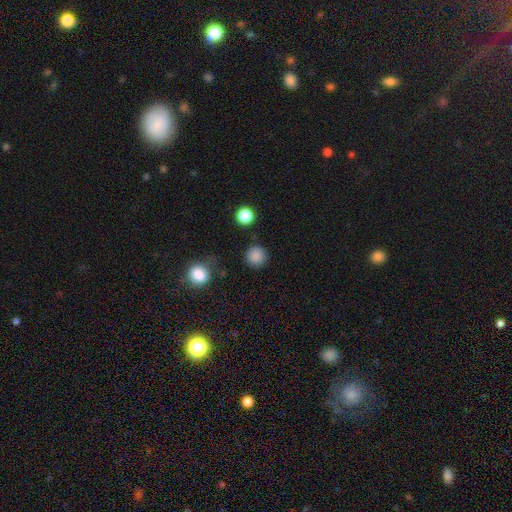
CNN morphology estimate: smooth-or-featured: smooth: 86% | star or artifact: 11% | featured or disk: 3%
  how-rounded: round: 94% | in between: 5% | cigar-shaped: 1%
  merging: none: 86% | minor disturbance: 8% | major disturbance: 3% | merger: 3%